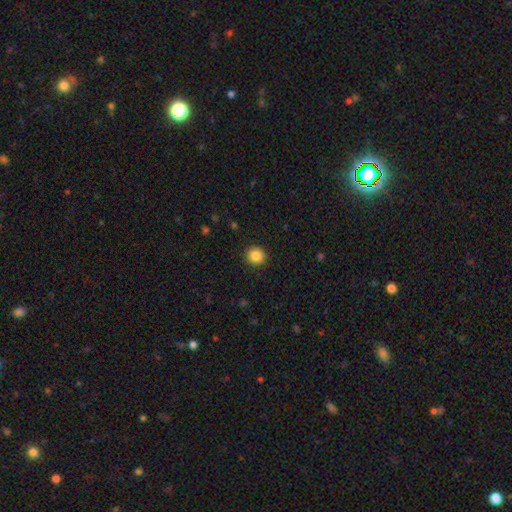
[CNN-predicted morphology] This is clearly a smooth galaxy (86%). How rounded: clearly round (90%). Merging: clearly none (92%).